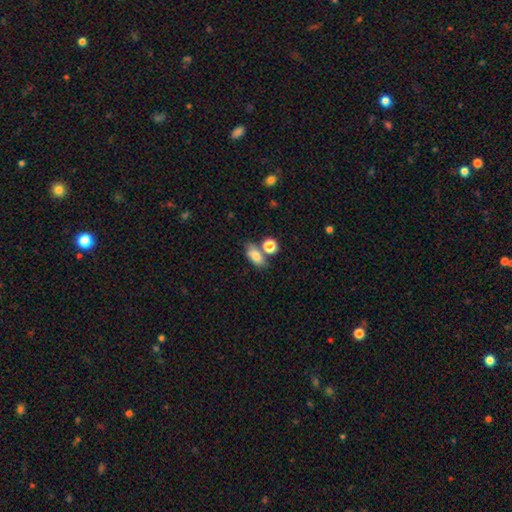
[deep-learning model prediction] Q: Smooth or featured?
A: smooth (78%); runner-up: featured or disk (12%)
Q: How rounded?
A: in between (84%); runner-up: round (11%)
Q: Merging?
A: none (56%); runner-up: merger (24%)